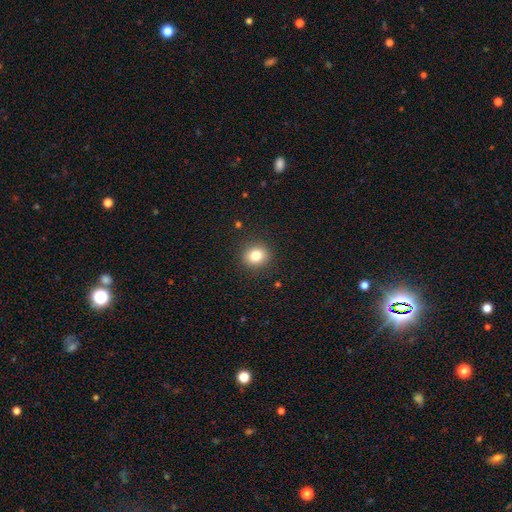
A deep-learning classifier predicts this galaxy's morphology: This is clearly a smooth galaxy (81%). How rounded: likely round (77%). Merging: clearly none (90%).